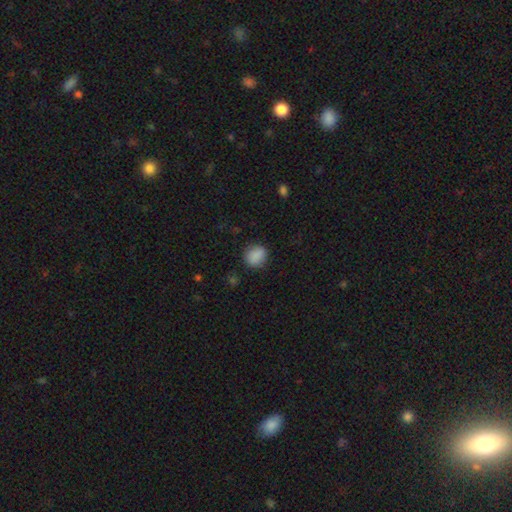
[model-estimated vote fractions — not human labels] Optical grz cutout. It shows a smooth galaxy with no disk features (87%) that is round (74%). Merging: none (84%).